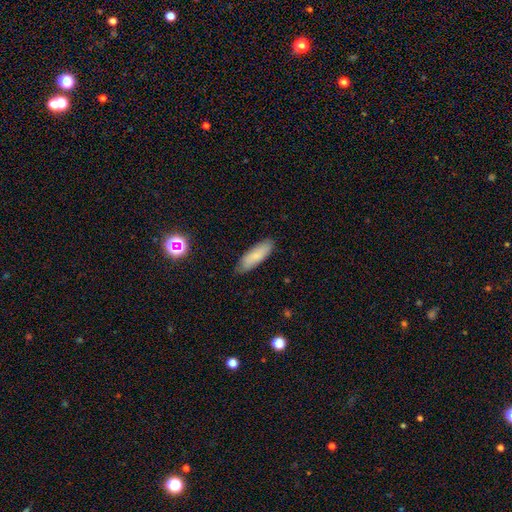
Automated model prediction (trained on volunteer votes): Smooth or featured: smooth — 81% (featured or disk — 12%)
How rounded: in between — 54% (cigar-shaped — 45%)
Merging: none — 82% (minor disturbance — 15%)